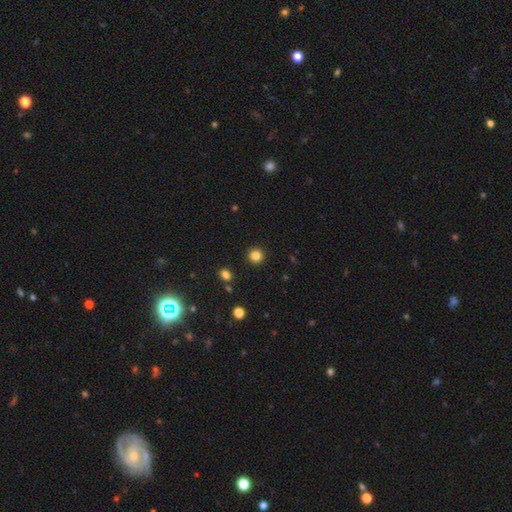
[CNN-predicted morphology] This appears to be a smooth galaxy with no disk features (83%) that is round (95%). Merging: none (93%).